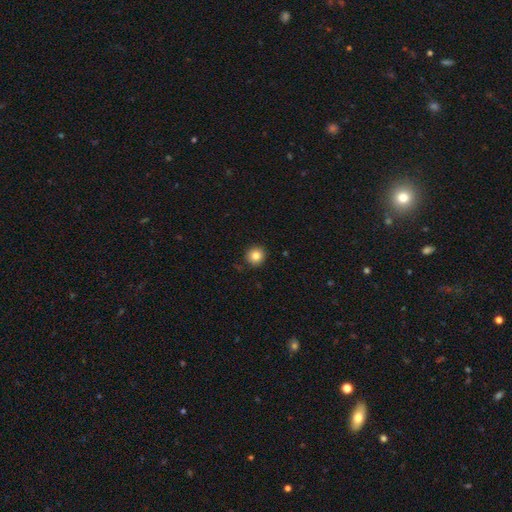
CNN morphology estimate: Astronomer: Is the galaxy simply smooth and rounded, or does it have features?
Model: smooth — 85%.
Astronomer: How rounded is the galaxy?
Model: round — 93%.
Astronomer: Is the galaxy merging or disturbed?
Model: none — 89%.